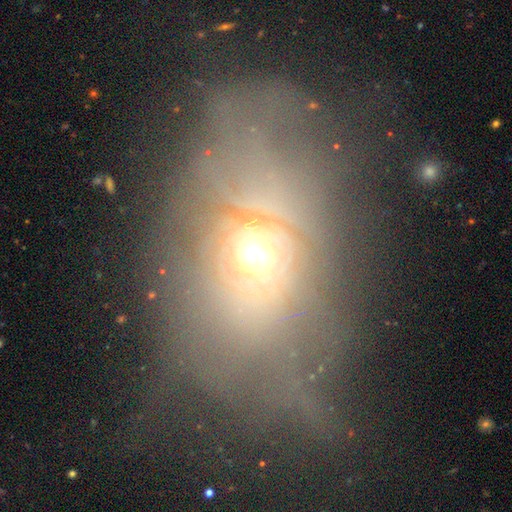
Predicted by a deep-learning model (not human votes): smooth_or_featured: featured or disk (p=0.49) [alt: smooth p=0.33]
merging: major disturbance (p=0.58) [alt: none p=0.21]